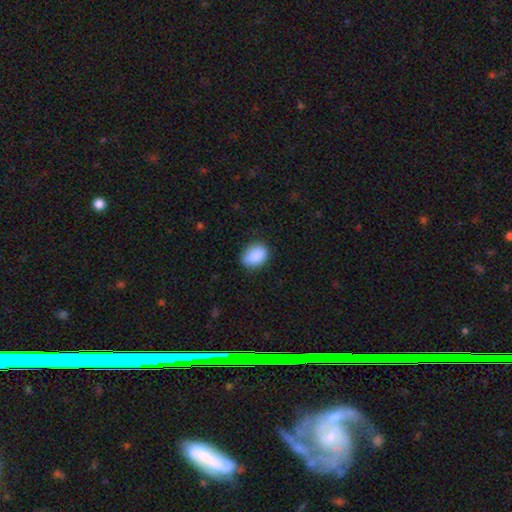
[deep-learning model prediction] Smooth or featured: smooth — 89% (star or artifact — 7%)
How rounded: in between — 75% (round — 23%)
Merging: none — 79% (minor disturbance — 16%)